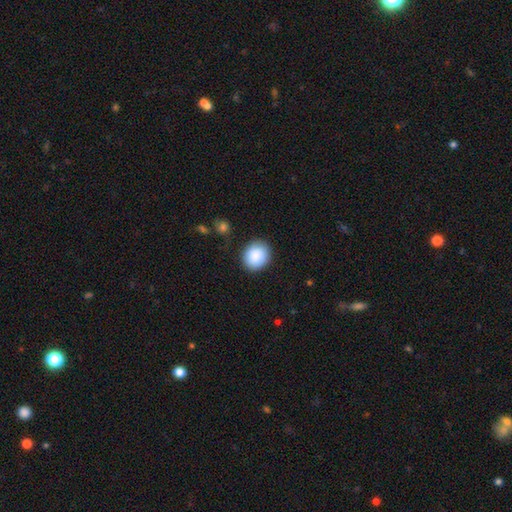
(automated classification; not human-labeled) This is clearly a smooth galaxy (89%). How rounded: likely round (65%). Merging: clearly none (86%).